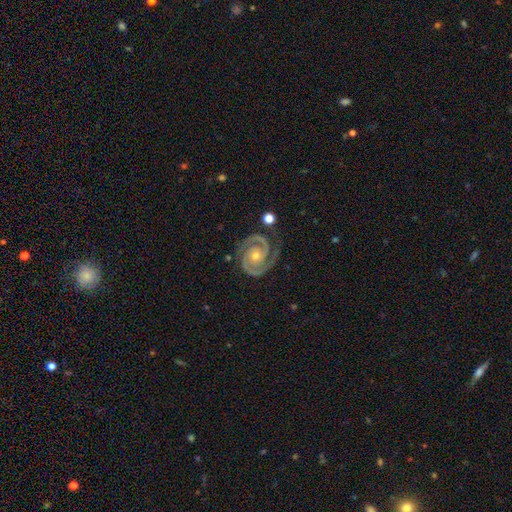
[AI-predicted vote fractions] smooth-or-featured: featured or disk: 93% | star or artifact: 4% | smooth: 3%
  disk-edge-on: no: 98% | yes: 2%
    bar: no: 75% | weak: 18% | strong: 7%
    has-spiral-arms: yes: 99% | no: 1%
      spiral-winding: tight: 68% | medium: 28% | loose: 3%
      spiral-arm-count: 2: 92% | 3: 3% | can't tell: 2% | 1: 1% | 4: 1% | more than 4: 1%
    bulge-size: small: 50% | moderate: 46% | large: 1% | none: 1% | dominant: 1%
  merging: none: 80% | minor disturbance: 14% | major disturbance: 4% | merger: 2%